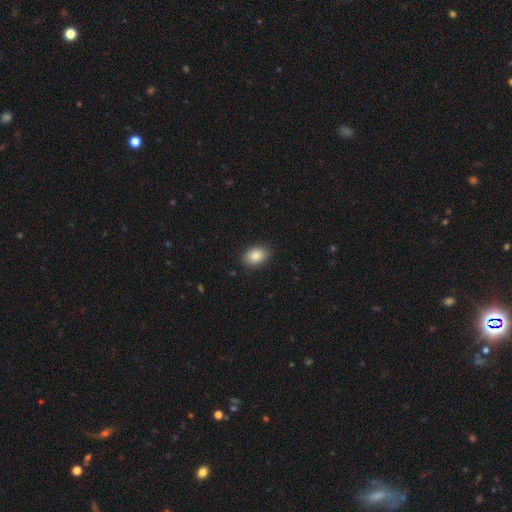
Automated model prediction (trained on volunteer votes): smooth-or-featured: smooth: 87% | star or artifact: 8% | featured or disk: 6%
  how-rounded: in between: 86% | round: 13% | cigar-shaped: 1%
  merging: none: 87% | minor disturbance: 10% | major disturbance: 2% | merger: 1%